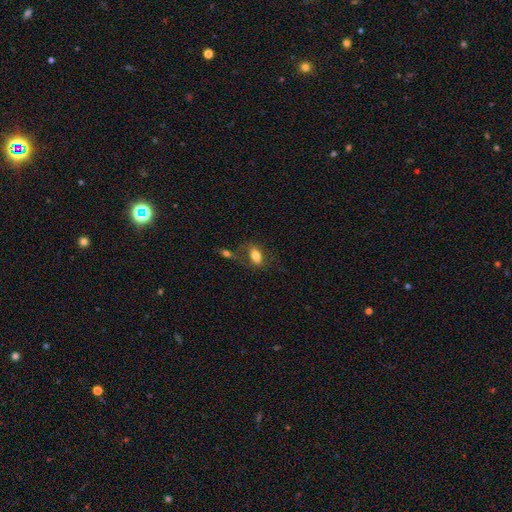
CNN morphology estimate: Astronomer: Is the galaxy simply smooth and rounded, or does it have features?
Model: smooth — 74%.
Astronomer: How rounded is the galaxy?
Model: in between — 87%.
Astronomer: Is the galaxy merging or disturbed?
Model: none — 55%.